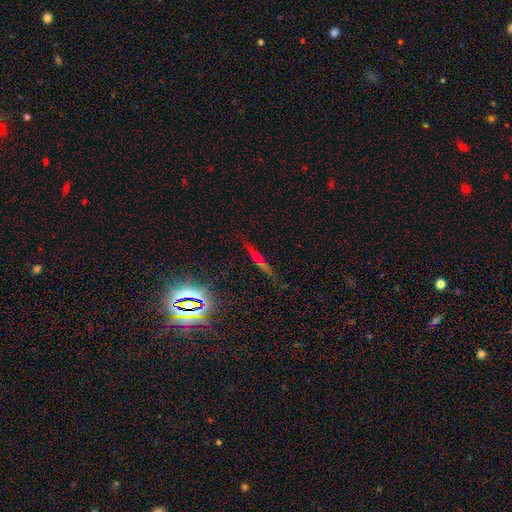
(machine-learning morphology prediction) This appears to be a featured or disk galaxy (41%). Merging: none (82%).